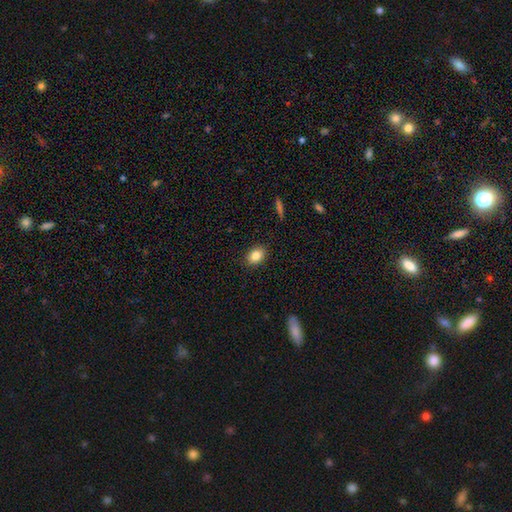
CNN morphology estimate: This appears to be a smooth galaxy with no disk features (84%) that is in between round and cigar-shaped (73%). Merging: none (88%).